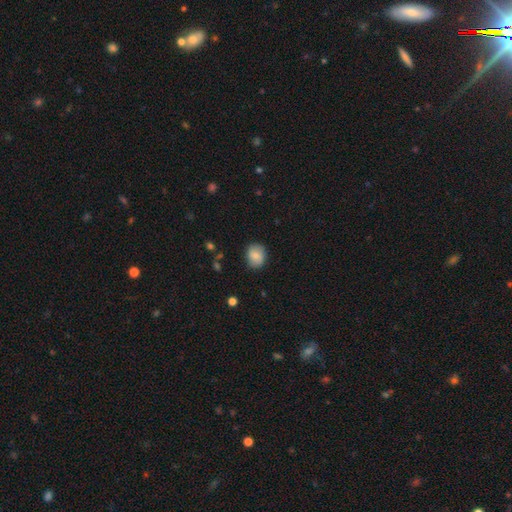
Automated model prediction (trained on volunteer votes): smooth_or_featured: smooth (p=0.80) [alt: featured or disk p=0.12]
how_rounded: round (p=0.60) [alt: in between p=0.39]
merging: none (p=0.83) [alt: minor disturbance p=0.13]